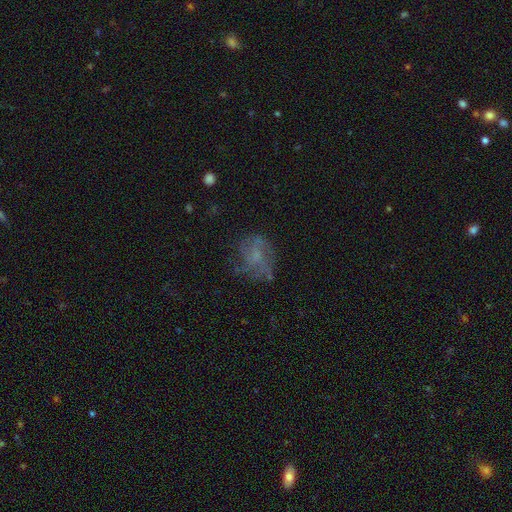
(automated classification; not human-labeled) Smooth or featured? Predicted: featured or disk (p=0.55). Edge-on disk? Predicted: no (p=0.97). Bar? Predicted: no (p=0.72). Spiral arms? Predicted: yes (p=0.66). Bulge size? Predicted: small (p=0.37). Merging? Predicted: none (p=0.58).